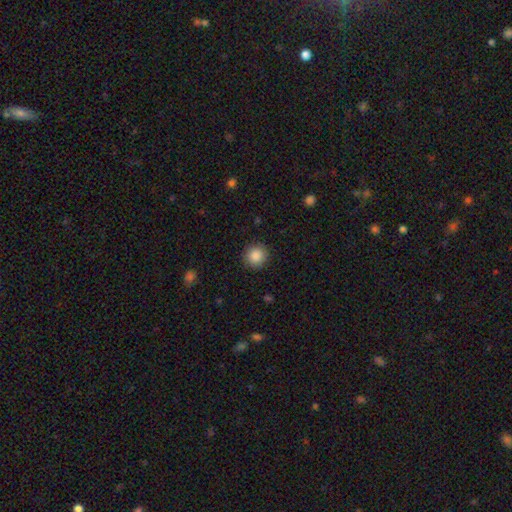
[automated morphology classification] Smooth or featured?
  - smooth: 87% *
  - star or artifact: 9%
  - featured or disk: 4%
How rounded?
  - round: 92% *
  - in between: 7%
  - cigar-shaped: 1%
Merging?
  - none: 89% *
  - minor disturbance: 7%
  - major disturbance: 2%
  - merger: 1%